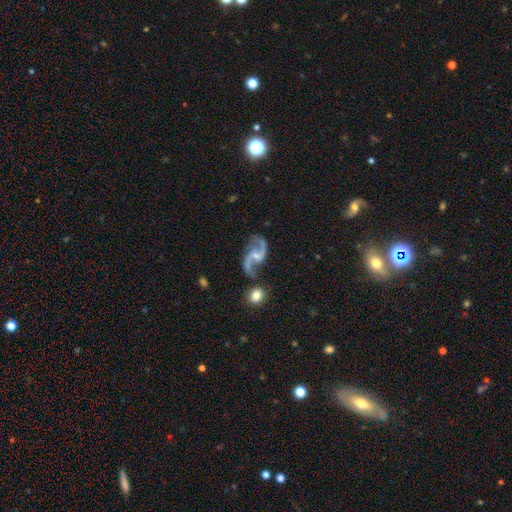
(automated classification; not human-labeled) A featured or disk galaxy (91%) with a weak bar (47%), 2 (94%) loose (78%) spiral arms (97%) and a small central bulge (58%).

Vote fractions:
- Smooth or featured? featured or disk: 91% / star or artifact: 5% / smooth: 4%
- Edge-on disk? no: 98% / yes: 2%
- Bar? weak: 47% / no: 39% / strong: 15%
- Spiral arms? yes: 97% / no: 3%
- Spiral winding? loose: 78% / medium: 18% / tight: 4%
- Spiral arm count? 2: 94% / 1: 2% / can't tell: 1% / 3: 1% / 4: 1% / more than 4: 1%
- Bulge size? small: 58% / moderate: 29% / none: 10% / large: 2% / dominant: 1%
- Merging? none: 61% / minor disturbance: 18% / major disturbance: 12% / merger: 10%